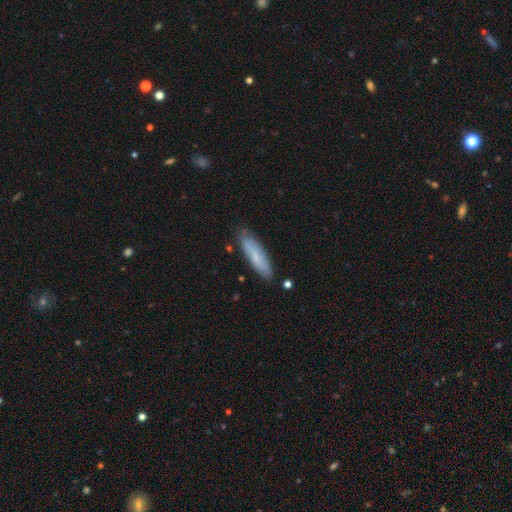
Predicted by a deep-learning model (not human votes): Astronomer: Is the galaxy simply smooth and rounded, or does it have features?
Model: smooth — 70%.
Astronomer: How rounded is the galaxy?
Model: cigar-shaped — 71%.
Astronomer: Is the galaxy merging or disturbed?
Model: none — 81%.